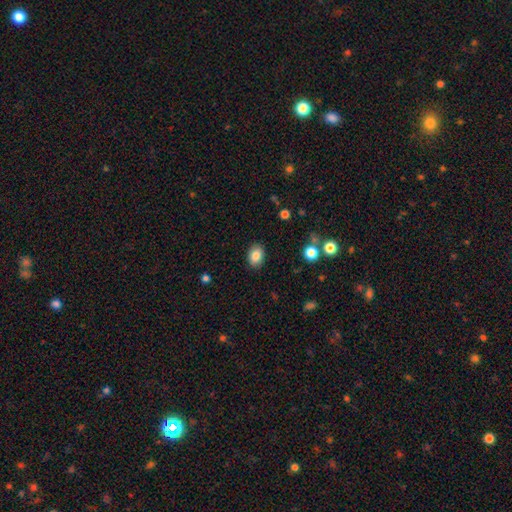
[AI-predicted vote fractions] Smooth or featured? Predicted: smooth (p=0.85). How rounded? Predicted: in between (p=0.73). Merging? Predicted: none (p=0.87).